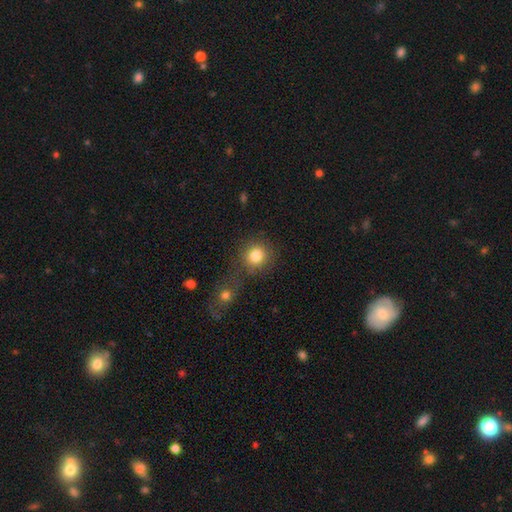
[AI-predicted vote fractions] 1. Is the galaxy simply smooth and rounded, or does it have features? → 83% smooth, 10% star or artifact, 7% featured or disk.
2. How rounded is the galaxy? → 89% round, 10% in between, 1% cigar-shaped.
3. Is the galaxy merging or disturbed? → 65% none, 19% merger, 11% minor disturbance, 5% major disturbance.